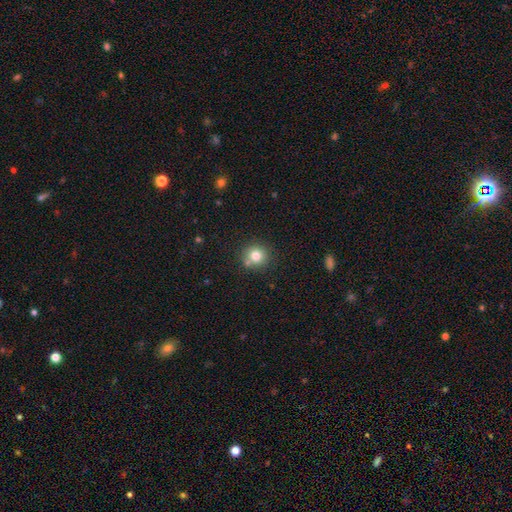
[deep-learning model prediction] Smooth or featured? Predicted: smooth (p=0.78). How rounded? Predicted: round (p=0.91). Merging? Predicted: none (p=0.75).